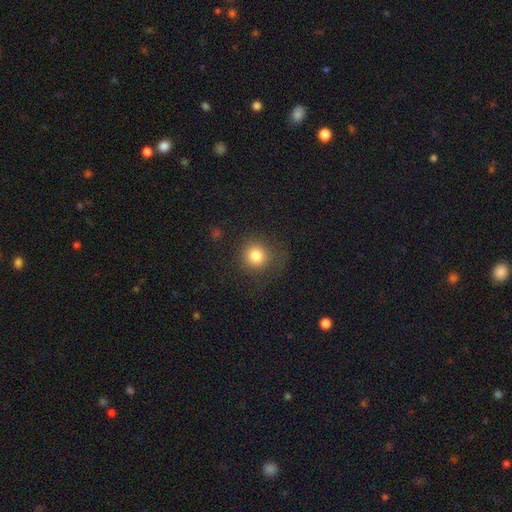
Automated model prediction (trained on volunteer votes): smooth_or_featured: smooth (p=0.80) [alt: star or artifact p=0.13]
how_rounded: round (p=0.91) [alt: in between p=0.08]
merging: none (p=0.78) [alt: minor disturbance p=0.14]